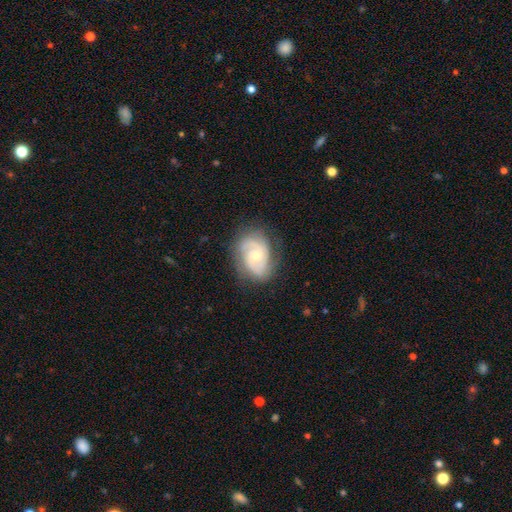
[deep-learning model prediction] smooth-or-featured: featured or disk: 83% | smooth: 11% | star or artifact: 5%
  disk-edge-on: no: 97% | yes: 3%
    bar: no: 63% | weak: 32% | strong: 5%
    has-spiral-arms: yes: 96% | no: 4%
      spiral-winding: tight: 49% | medium: 41% | loose: 10%
      spiral-arm-count: 2: 70% | 3: 12% | can't tell: 11% | 1: 3% | 4: 2% | more than 4: 2%
    bulge-size: moderate: 52% | small: 44% | large: 2% | none: 1% | dominant: 1%
  merging: none: 77% | minor disturbance: 16% | major disturbance: 5% | merger: 1%